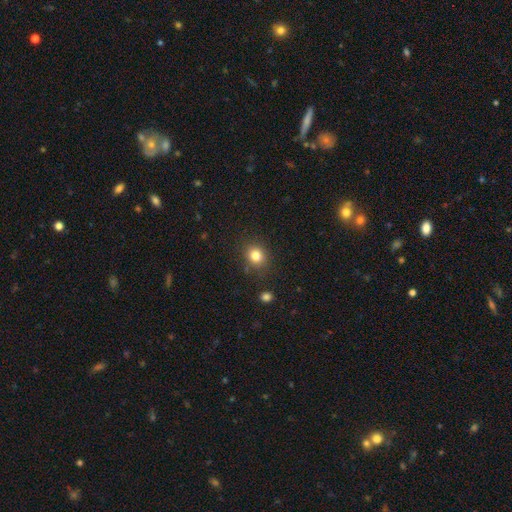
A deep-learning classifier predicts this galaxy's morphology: smooth 82%, star or artifact 12%, featured or disk 6%. Down the decision tree: how rounded — round (73%); merging — none (83%).